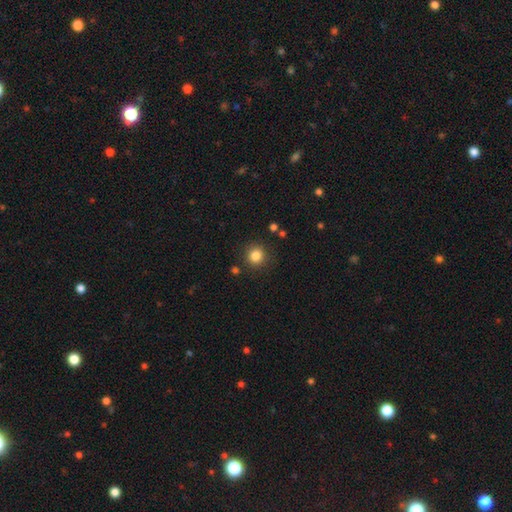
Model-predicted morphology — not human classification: smooth_or_featured: smooth (p=0.84) [alt: star or artifact p=0.11]
how_rounded: round (p=0.90) [alt: in between p=0.09]
merging: none (p=0.87) [alt: minor disturbance p=0.07]